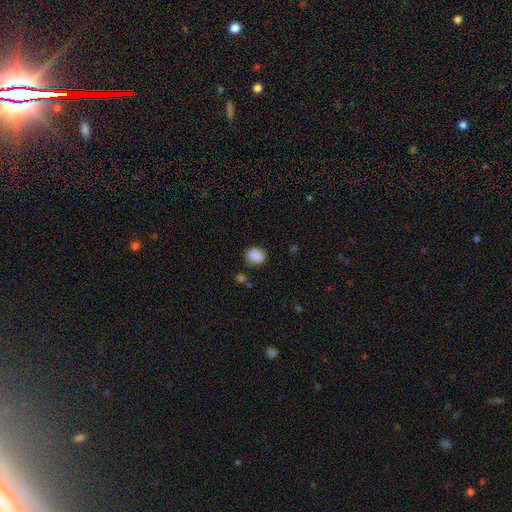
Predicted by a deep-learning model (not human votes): Q: Smooth or featured?
A: smooth (83%); runner-up: star or artifact (9%)
Q: How rounded?
A: round (55%); runner-up: in between (43%)
Q: Merging?
A: none (78%); runner-up: minor disturbance (15%)